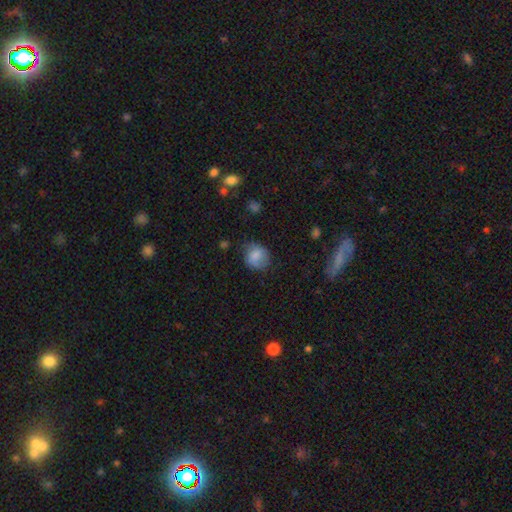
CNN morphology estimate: The model was most divided on "merging": none: 67%, minor disturbance: 24%, major disturbance: 7%, merger: 1%. More confident: smooth or featured — smooth (79%); how rounded — round (73%).